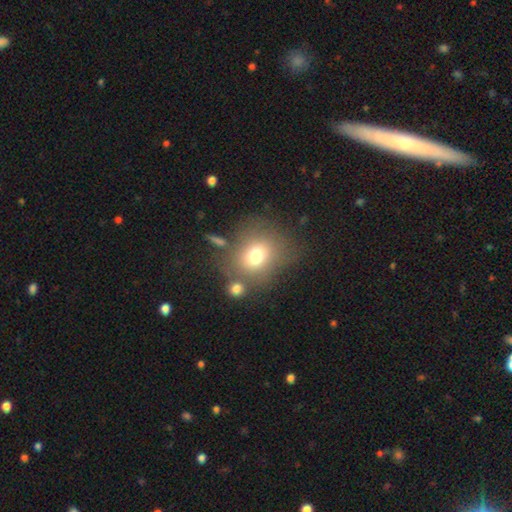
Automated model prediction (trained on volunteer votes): Q: Smooth or featured?
A: smooth (72%); runner-up: featured or disk (15%)
Q: How rounded?
A: round (65%); runner-up: in between (34%)
Q: Merging?
A: none (63%); runner-up: minor disturbance (15%)